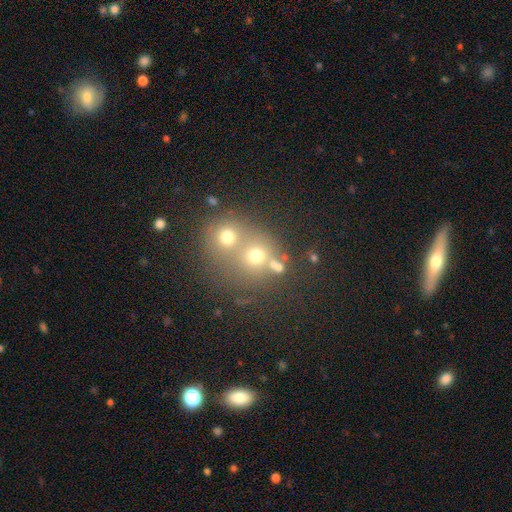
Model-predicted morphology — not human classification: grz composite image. It shows a smooth galaxy with no disk features (62%) that is round (81%). Merging: merger (51%).